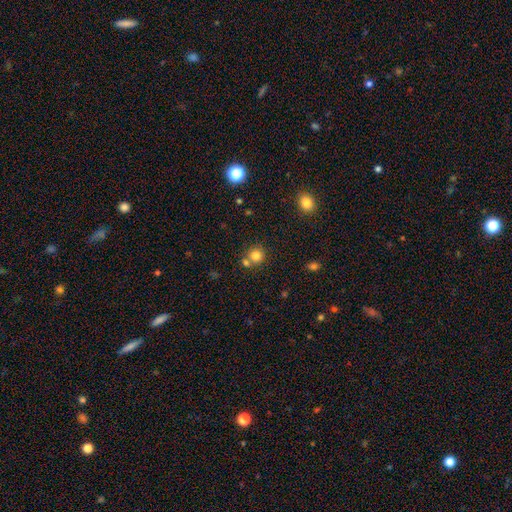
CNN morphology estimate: Overall: smooth (80%). How rounded: round (90%). Merging: none (60%; merger 29%).